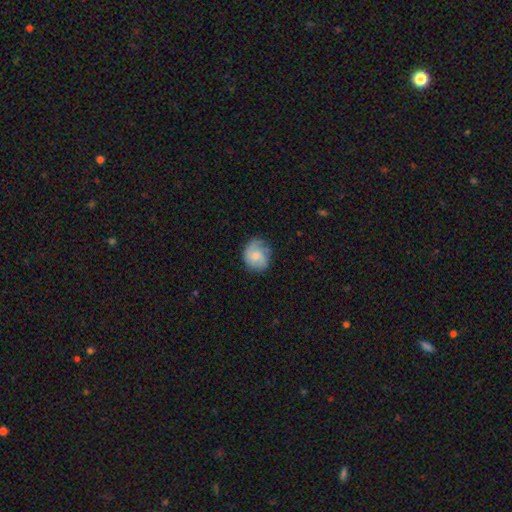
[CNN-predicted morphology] type=smooth (54%); roundness=round (68%); merging=none (63%).